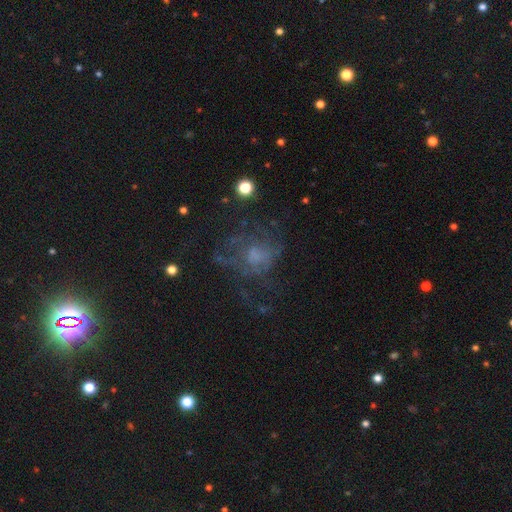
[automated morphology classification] This is possibly a featured or disk galaxy (56%). It is clearly not viewed edge-on (97%). Bar: clearly no (82%). Spiral arm pattern: possibly no (50%, tied with yes). Central bulge: marginally moderate (34%). Merging: possibly none (50%).